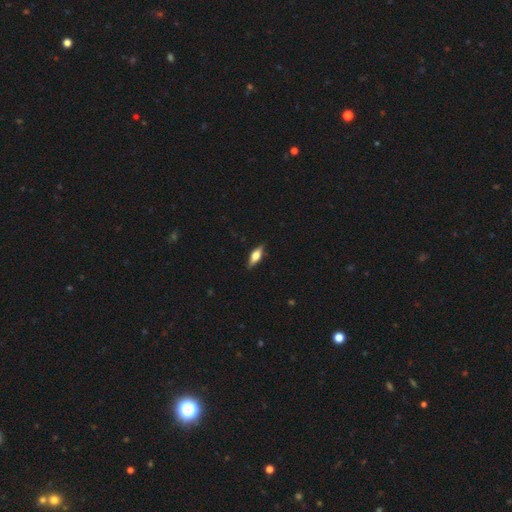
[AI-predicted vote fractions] smooth 54%, featured or disk 39%, star or artifact 7%. Down the decision tree: how rounded — in between (66%); merging — none (86%).